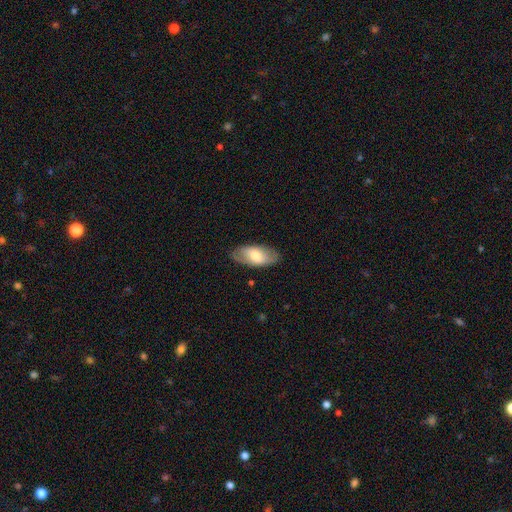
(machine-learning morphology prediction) smooth-or-featured: smooth: 62% | featured or disk: 32% | star or artifact: 6%
  how-rounded: in between: 92% | cigar-shaped: 6% | round: 3%
  merging: none: 82% | minor disturbance: 14% | major disturbance: 4% | merger: 1%